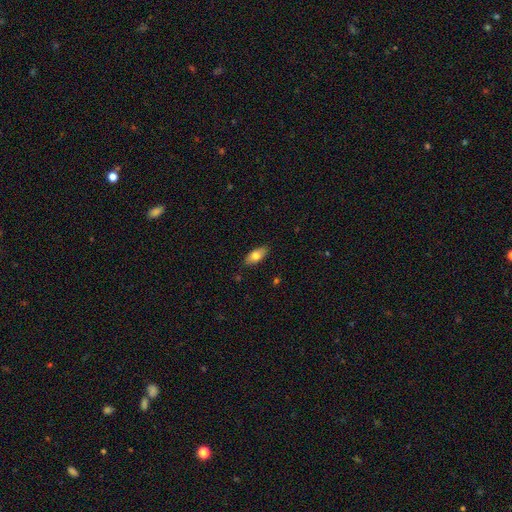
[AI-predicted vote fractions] The model was most divided on "smooth or featured": smooth: 74%, featured or disk: 20%, star or artifact: 7%. More confident: how rounded — in between (87%); merging — none (86%).